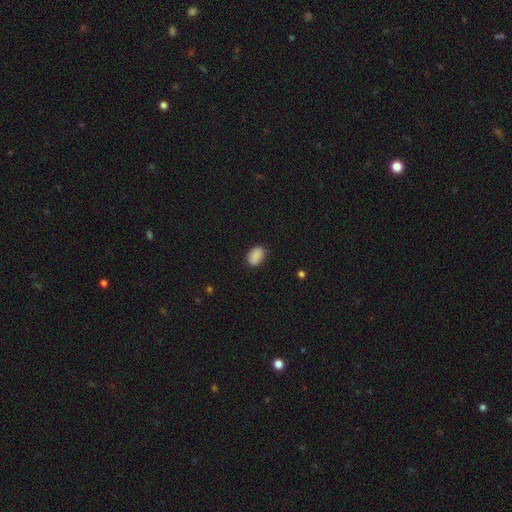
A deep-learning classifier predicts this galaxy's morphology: Q: Smooth or featured?
A: smooth (88%); runner-up: star or artifact (8%)
Q: How rounded?
A: in between (83%); runner-up: round (16%)
Q: Merging?
A: none (83%); runner-up: minor disturbance (13%)